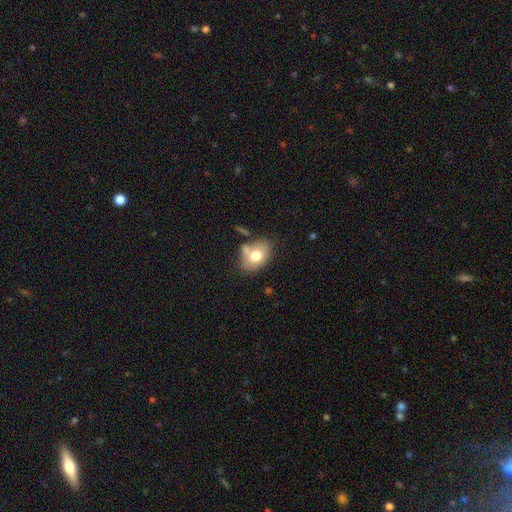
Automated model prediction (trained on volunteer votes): Overall: smooth (72%). How rounded: in between (80%). Merging: none (59%).